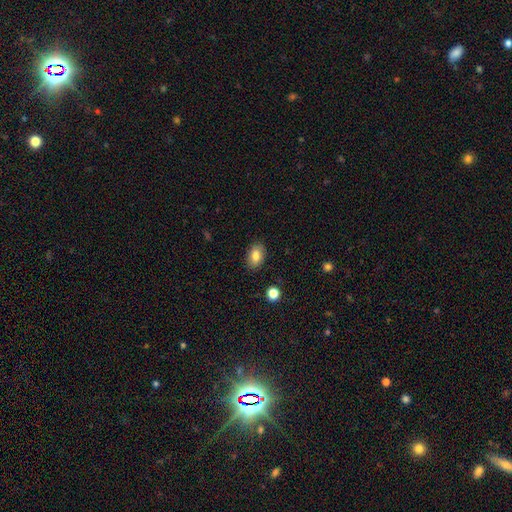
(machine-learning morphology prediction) The model was most divided on "smooth or featured": smooth: 83%, featured or disk: 9%, star or artifact: 8%. More confident: how rounded — in between (88%); merging — none (87%).